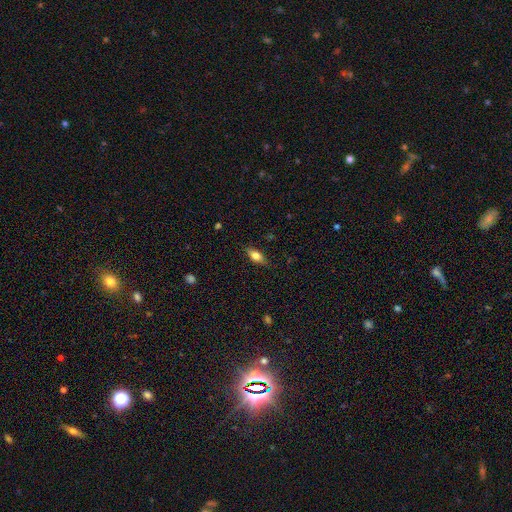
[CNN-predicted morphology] Smooth or featured? Predicted: smooth (p=0.71). How rounded? Predicted: in between (p=0.76). Merging? Predicted: none (p=0.84).